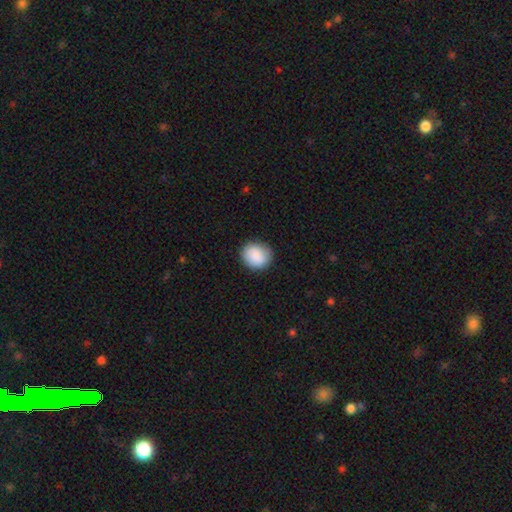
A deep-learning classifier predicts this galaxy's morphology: Smooth or featured: smooth — 87% (star or artifact — 7%)
How rounded: round — 77% (in between — 22%)
Merging: none — 86% (minor disturbance — 11%)